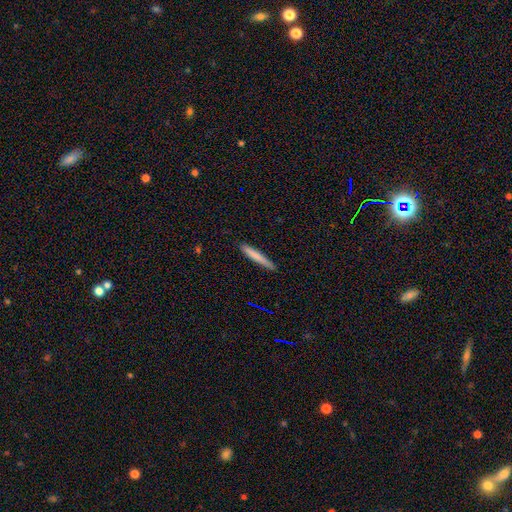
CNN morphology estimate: This is likely a smooth galaxy (75%). How rounded: clearly cigar-shaped (96%). Merging: clearly none (88%).